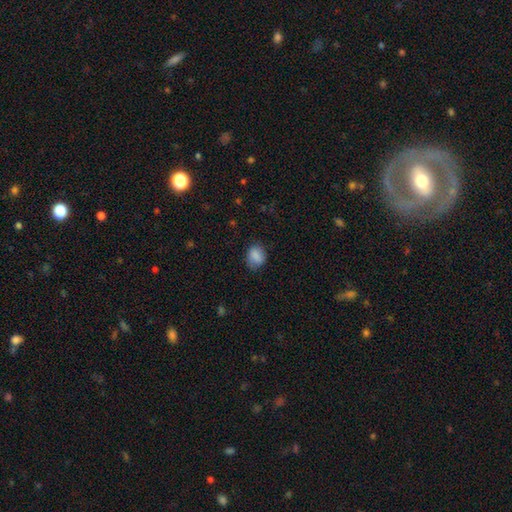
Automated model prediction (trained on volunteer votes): Smooth or featured: smooth — 85% (star or artifact — 8%)
How rounded: in between — 54% (round — 45%)
Merging: none — 72% (minor disturbance — 21%)